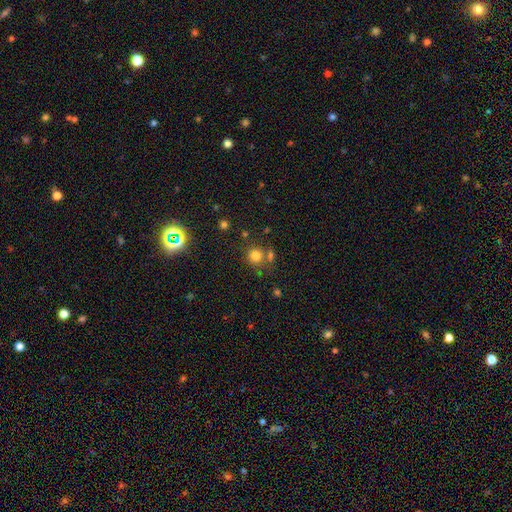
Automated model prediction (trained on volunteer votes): This appears to be a smooth galaxy with no disk features (77%) that is round (89%). Merging: none (65%).